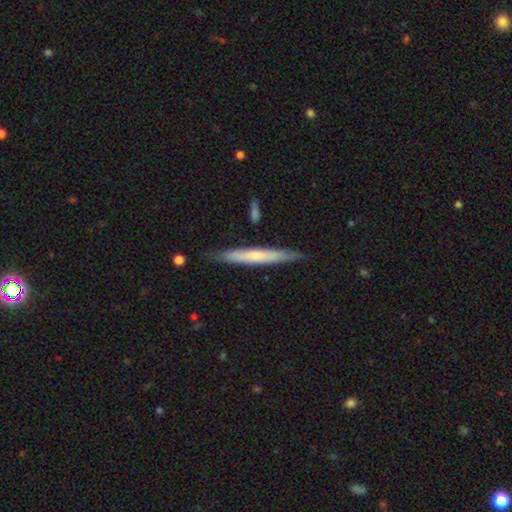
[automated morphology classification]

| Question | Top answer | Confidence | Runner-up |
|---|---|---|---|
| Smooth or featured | smooth | 51% | featured or disk (44%) |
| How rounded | cigar-shaped | 96% | in between (3%) |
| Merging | none | 85% | minor disturbance (11%) |